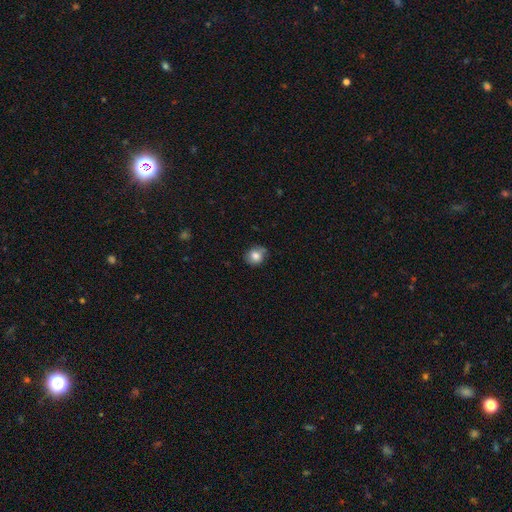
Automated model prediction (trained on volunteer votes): Smooth or featured? smooth (81%)
How rounded? round (75%)
Merging? none (72%)